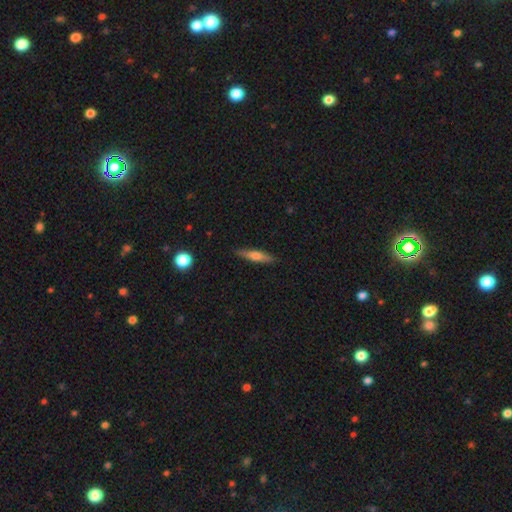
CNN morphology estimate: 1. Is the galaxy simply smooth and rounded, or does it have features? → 57% smooth, 36% featured or disk, 7% star or artifact.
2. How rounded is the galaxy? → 80% cigar-shaped, 17% in between, 2% round.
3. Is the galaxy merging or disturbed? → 87% none, 10% minor disturbance, 2% major disturbance, 1% merger.